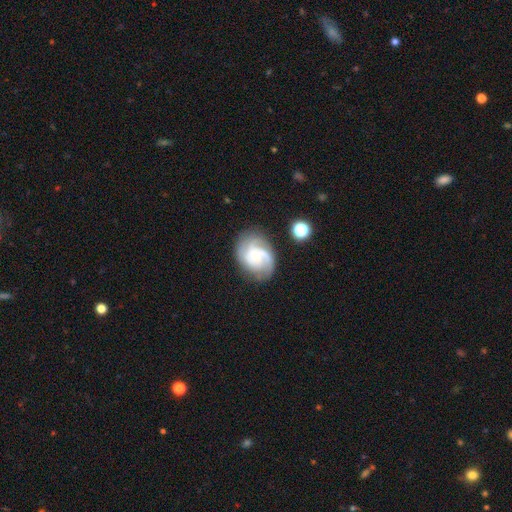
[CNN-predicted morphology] Smooth or featured? Predicted: featured or disk (p=0.81). Edge-on disk? Predicted: no (p=0.98). Bar? Predicted: no (p=0.60). Spiral arms? Predicted: yes (p=0.96). Spiral winding? Predicted: medium (p=0.45). Spiral arm count? Predicted: 2 (p=0.37). Bulge size? Predicted: small (p=0.64). Merging? Predicted: none (p=0.70).